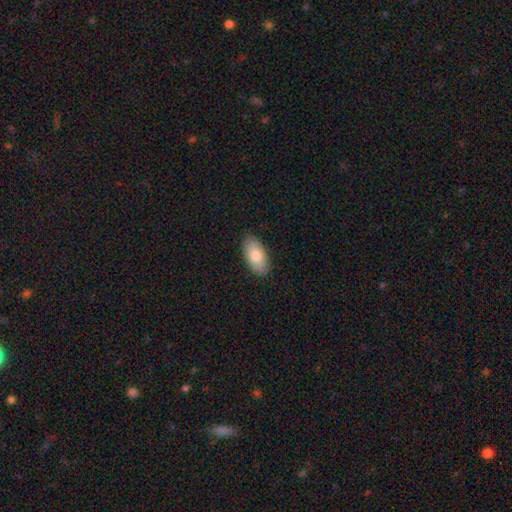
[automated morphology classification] Smooth or featured? smooth (80%)
How rounded? in between (94%)
Merging? none (88%)